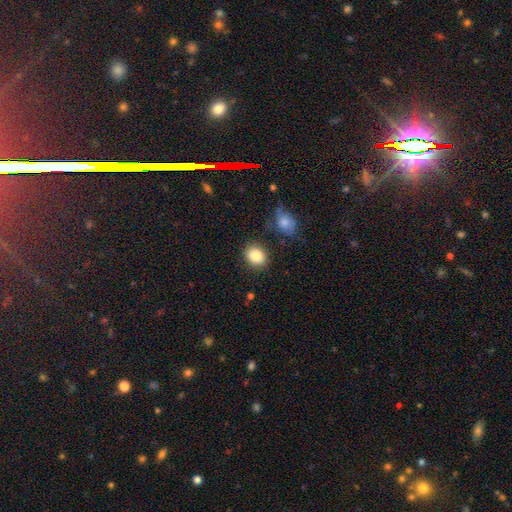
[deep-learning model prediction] Smooth or featured? Predicted: smooth (p=0.86). How rounded? Predicted: in between (p=0.53). Merging? Predicted: none (p=0.83).